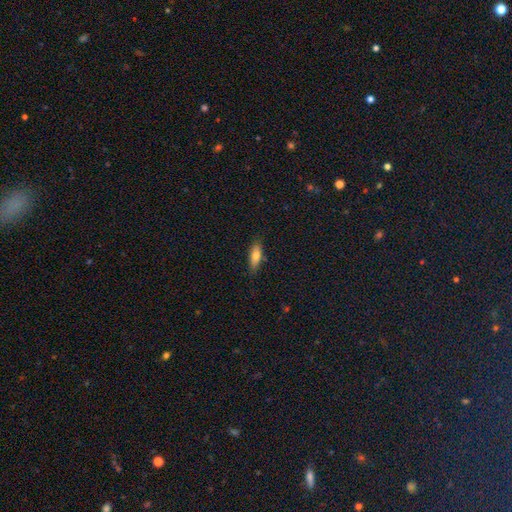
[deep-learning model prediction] A smooth galaxy with no disk features (75%) that is in between round and cigar-shaped (59%). Merging: none (81%).